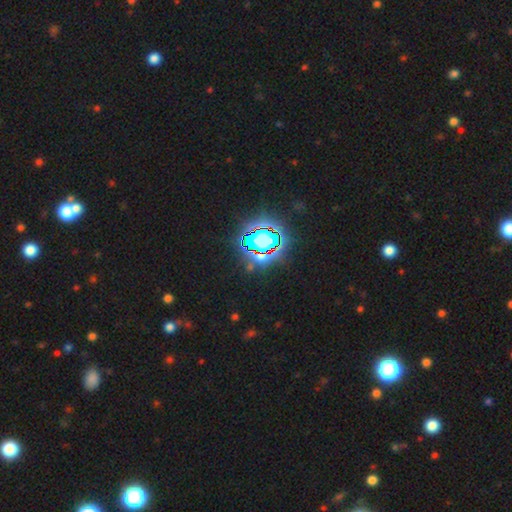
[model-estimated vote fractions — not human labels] star or artifact 82%, smooth 11%, featured or disk 7%.